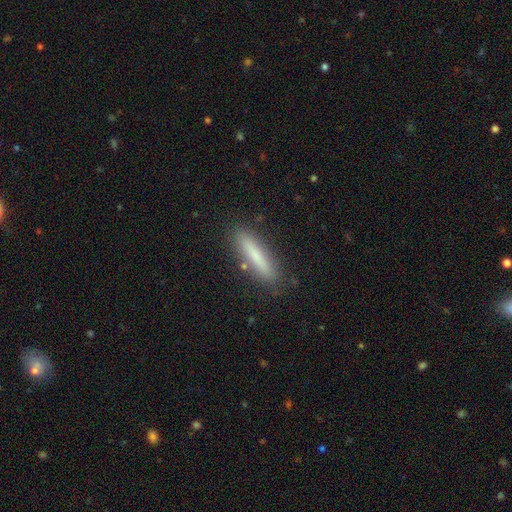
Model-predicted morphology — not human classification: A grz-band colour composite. It shows a smooth galaxy with no disk features (74%) that is cigar-shaped (87%). Merging: none (85%).